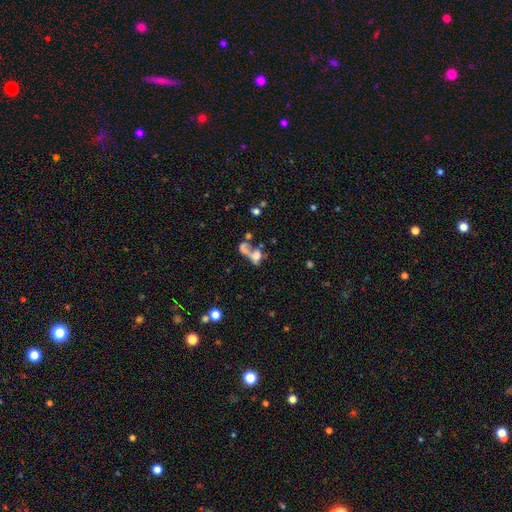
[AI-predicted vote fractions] Morphology: type=smooth (51%); roundness=in between (67%); merging=merger (59%).